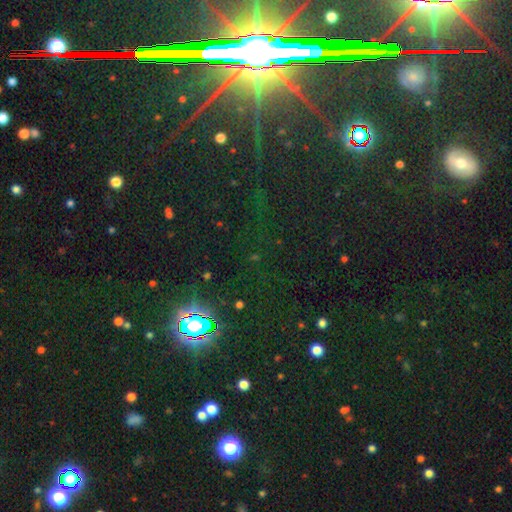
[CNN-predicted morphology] This is clearly a star or artifact rather than a galaxy (84%).